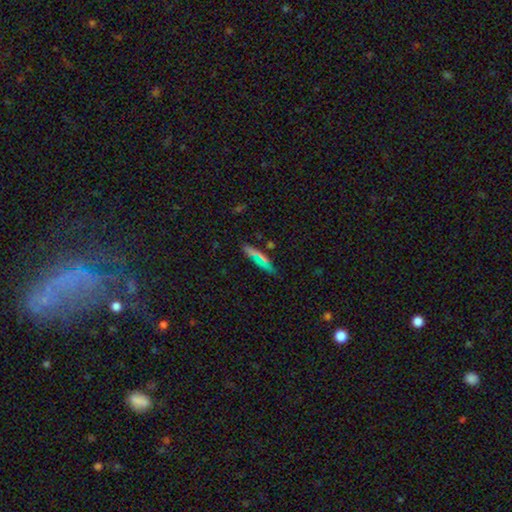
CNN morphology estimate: type=smooth (61%); roundness=cigar-shaped (74%); merging=none (78%).